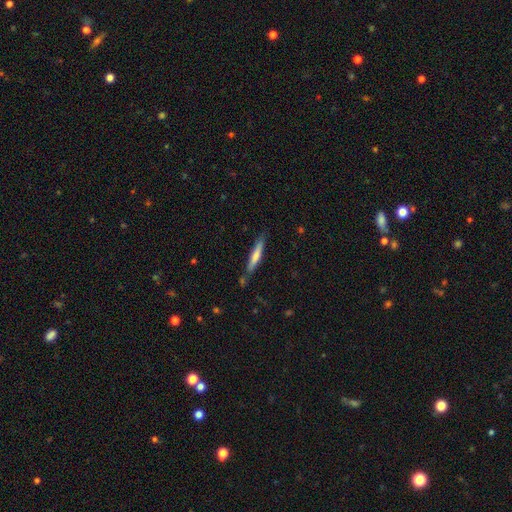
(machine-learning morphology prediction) Smooth or featured? Predicted: smooth (p=0.62). How rounded? Predicted: cigar-shaped (p=0.93). Merging? Predicted: none (p=0.79).